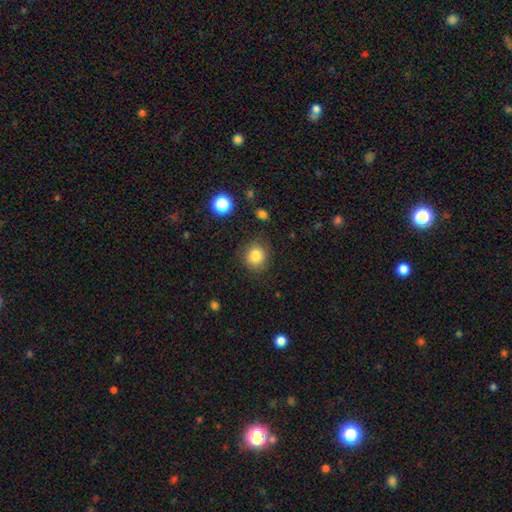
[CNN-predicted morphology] Smooth or featured? Predicted: smooth (p=0.83). How rounded? Predicted: round (p=0.85). Merging? Predicted: none (p=0.85).